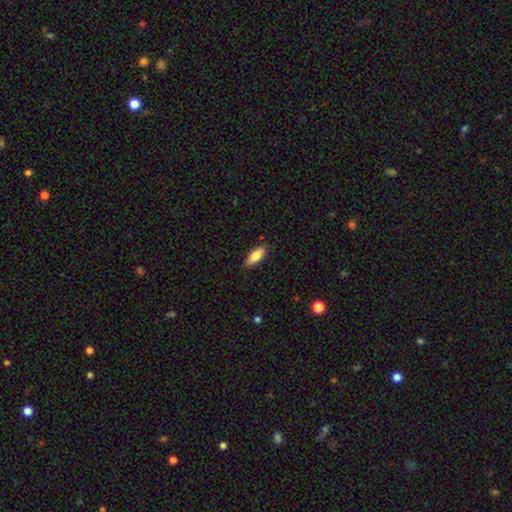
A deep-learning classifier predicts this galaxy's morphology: A smooth galaxy with no disk features (80%) that is in between round and cigar-shaped (76%).

Vote fractions:
- Smooth or featured? smooth: 80% / featured or disk: 14% / star or artifact: 6%
- How rounded? in between: 76% / cigar-shaped: 22% / round: 2%
- Merging? none: 86% / minor disturbance: 11% / major disturbance: 2% / merger: 1%